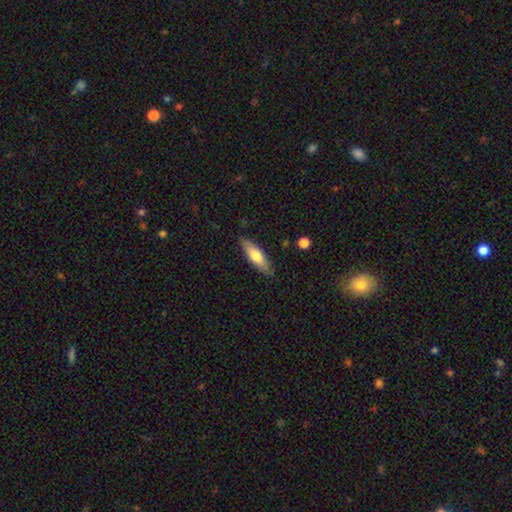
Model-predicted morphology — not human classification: Overall: smooth (62%; featured or disk 32%). How rounded: cigar-shaped (60%; in between 38%). Merging: none (85%).